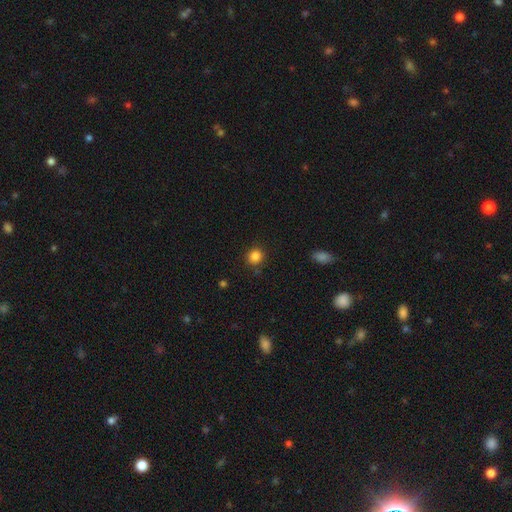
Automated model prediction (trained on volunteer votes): smooth 85%, star or artifact 11%, featured or disk 4%. Down the decision tree: how rounded — round (89%); merging — none (88%).